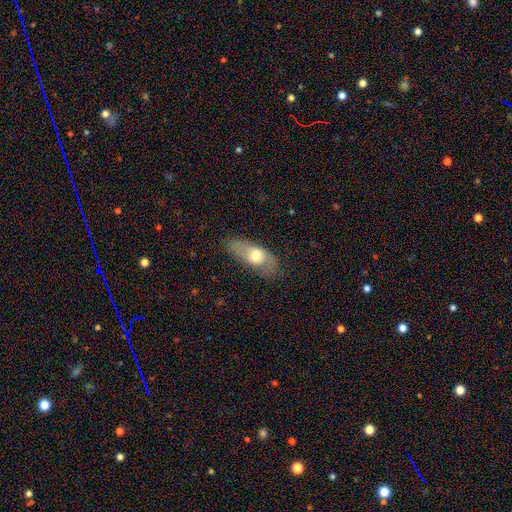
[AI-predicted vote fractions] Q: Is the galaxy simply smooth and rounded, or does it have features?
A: smooth — 59%.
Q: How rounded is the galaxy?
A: in between — 74%.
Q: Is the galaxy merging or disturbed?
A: none — 68%.